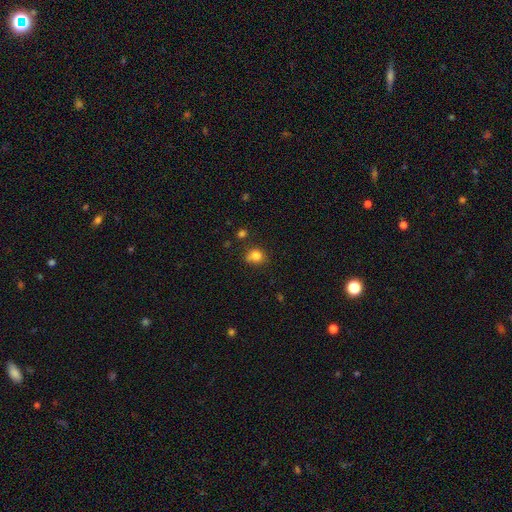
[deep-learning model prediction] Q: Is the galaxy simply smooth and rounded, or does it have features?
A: smooth — 81%.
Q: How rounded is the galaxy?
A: round — 75%.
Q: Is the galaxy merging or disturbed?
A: none — 65%.